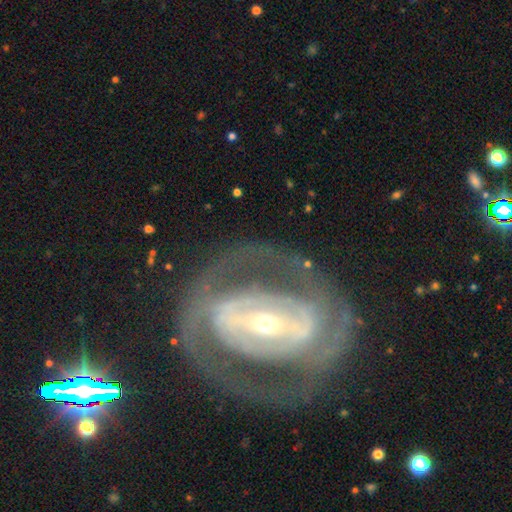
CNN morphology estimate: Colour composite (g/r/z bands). It shows a featured or disk galaxy (83%) with a strong bar (54%), 2 (55%) tight (54%) spiral arms (69%) and a small central bulge (70%). Merging: none (70%).